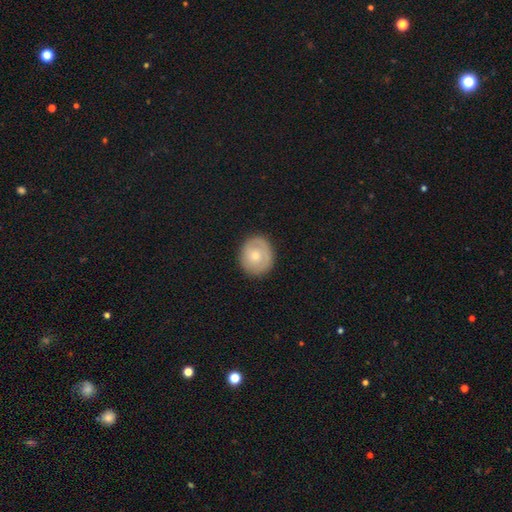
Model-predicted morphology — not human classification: Smooth or featured? smooth (59%)
How rounded? round (77%)
Merging? none (82%)